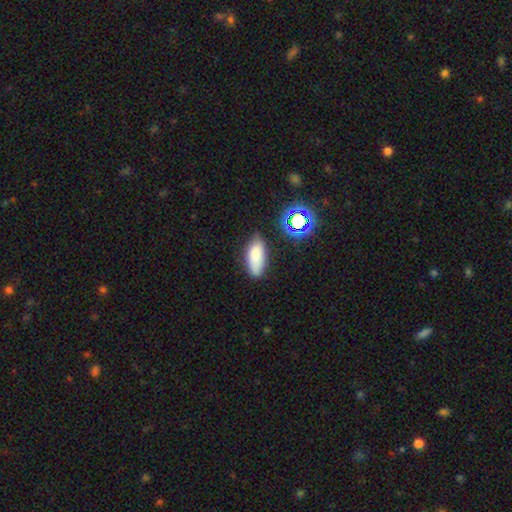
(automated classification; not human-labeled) Smooth or featured: smooth — 80% (star or artifact — 11%)
How rounded: in between — 81% (cigar-shaped — 16%)
Merging: none — 73% (minor disturbance — 20%)